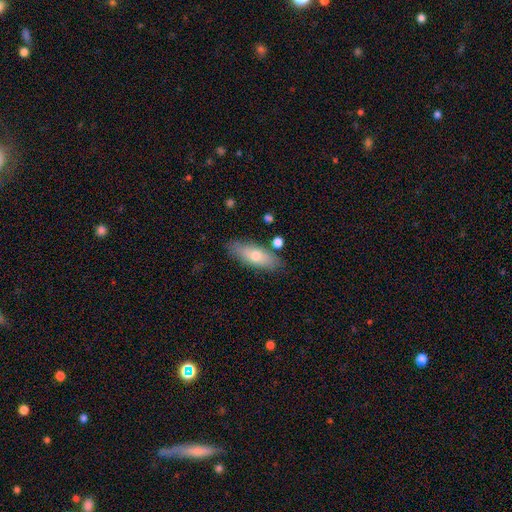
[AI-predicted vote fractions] A smooth galaxy with no disk features (66%) that is in between round and cigar-shaped (65%).

Vote fractions:
- Smooth or featured? smooth: 66% / featured or disk: 27% / star or artifact: 7%
- How rounded? in between: 65% / cigar-shaped: 32% / round: 3%
- Merging? none: 79% / minor disturbance: 13% / merger: 5% / major disturbance: 3%